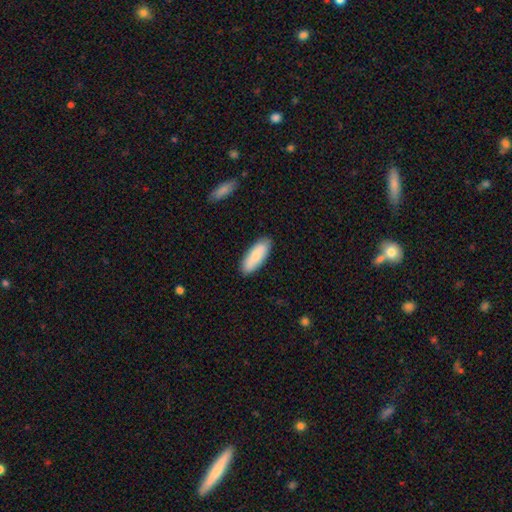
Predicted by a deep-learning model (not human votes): smooth_or_featured: smooth (p=0.80) [alt: featured or disk p=0.14]
how_rounded: in between (p=0.71) [alt: cigar-shaped p=0.27]
merging: none (p=0.86) [alt: minor disturbance p=0.10]